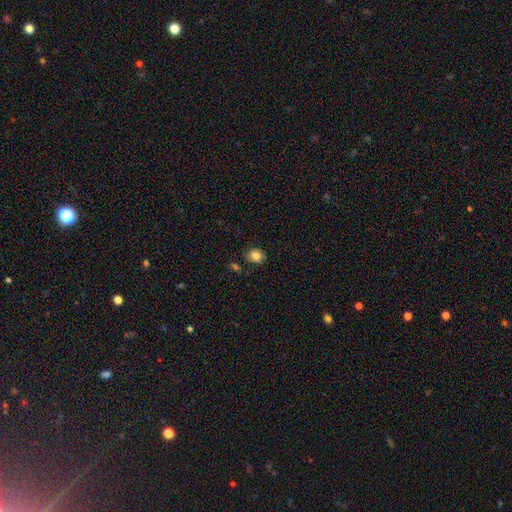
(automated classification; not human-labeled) A smooth galaxy with no disk features (82%) that is round (57%).

Vote fractions:
- Smooth or featured? smooth: 82% / star or artifact: 10% / featured or disk: 8%
- How rounded? round: 57% / in between: 43% / cigar-shaped: 1%
- Merging? none: 81% / minor disturbance: 13% / merger: 4% / major disturbance: 3%